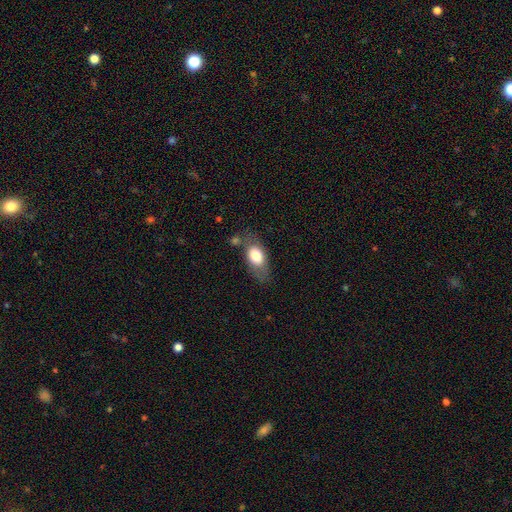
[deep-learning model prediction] smooth_or_featured: smooth (p=0.75) [alt: featured or disk p=0.18]
how_rounded: in between (p=0.86) [alt: round p=0.09]
merging: none (p=0.59) [alt: minor disturbance p=0.23]